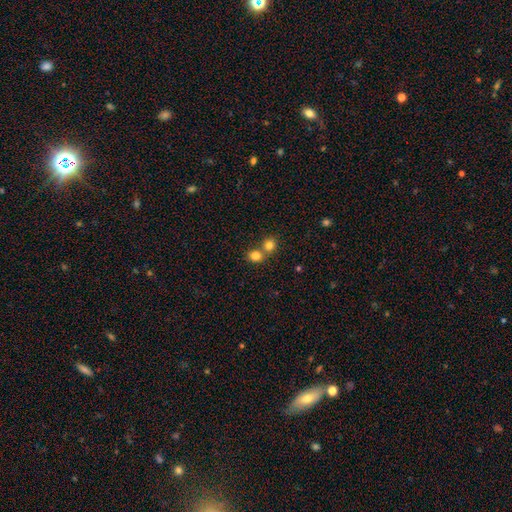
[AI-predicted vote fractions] Morphology: type=smooth (82%); roundness=round (68%); merging=merger (46%, tied with none).